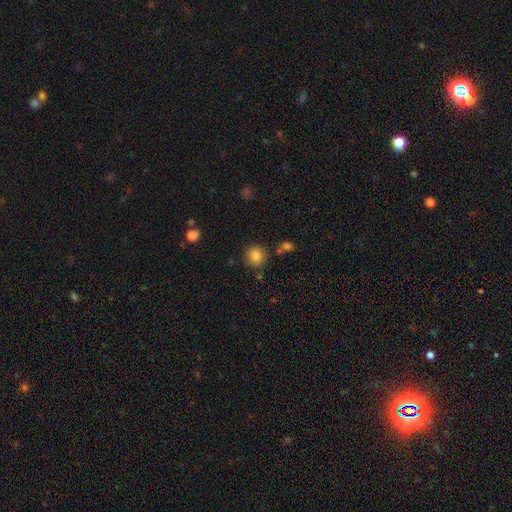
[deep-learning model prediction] Morphology: type=smooth (84%); roundness=round (87%); merging=none (82%).